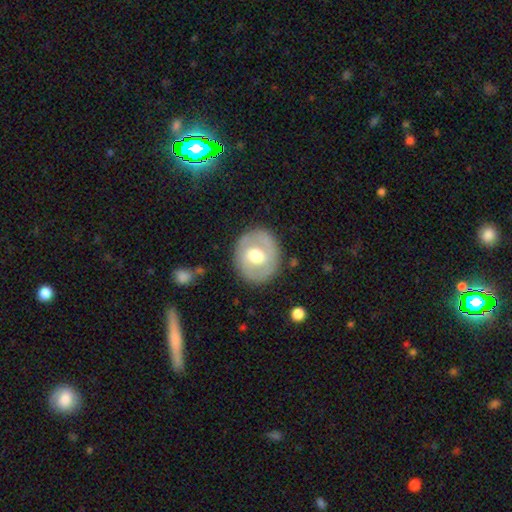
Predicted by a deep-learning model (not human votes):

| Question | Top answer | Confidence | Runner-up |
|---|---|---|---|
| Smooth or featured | featured or disk | 48% | smooth (46%) |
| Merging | none | 83% | minor disturbance (11%) |